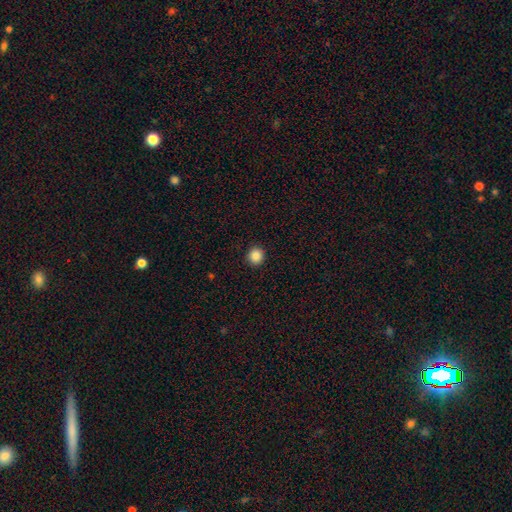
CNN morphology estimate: A smooth galaxy with no disk features (87%) that is round (92%). Merging: none (93%).